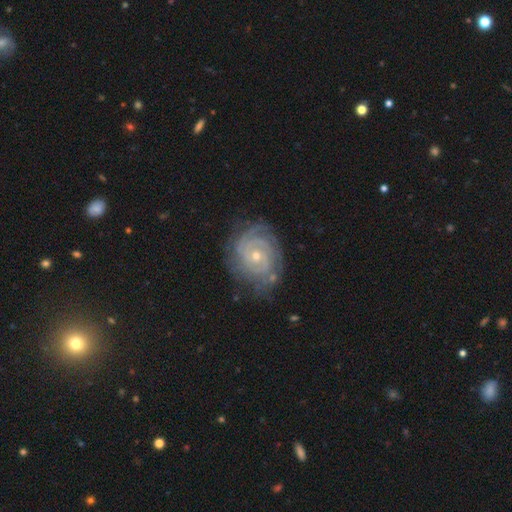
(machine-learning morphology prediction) type=featured or disk (87%); edge-on=no (97%); bar=no (75%); spiral arms=yes (97%); winding=tight (80%); arm count=2 (27%, tied with can't tell); bulge=small (65%); merging=none (73%).